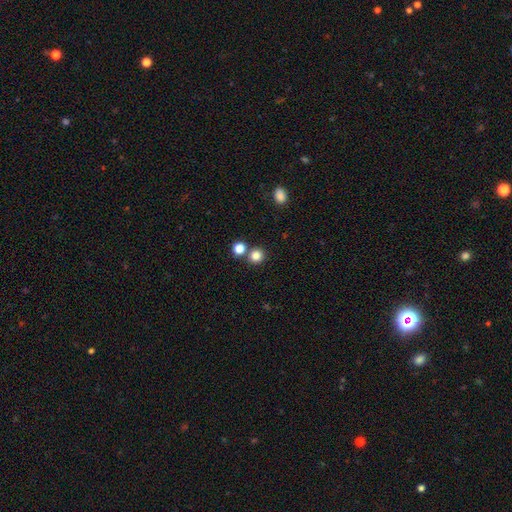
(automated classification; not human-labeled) smooth_or_featured: smooth (p=0.81) [alt: star or artifact p=0.13]
how_rounded: round (p=0.90) [alt: in between p=0.09]
merging: none (p=0.73) [alt: merger p=0.18]